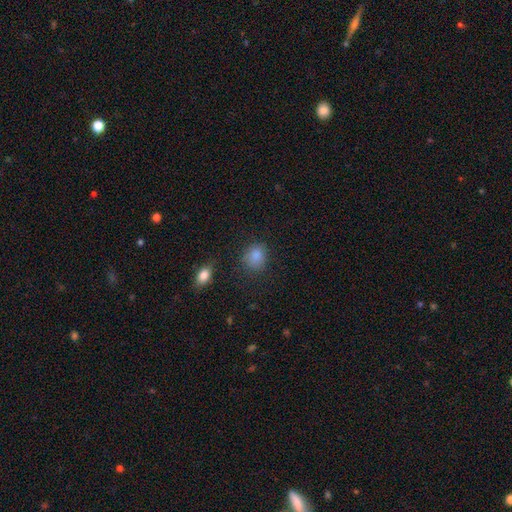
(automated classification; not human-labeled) A smooth galaxy with no disk features (84%) that is round (68%).

Vote fractions:
- Smooth or featured? smooth: 84% / star or artifact: 11% / featured or disk: 5%
- How rounded? round: 68% / in between: 31% / cigar-shaped: 1%
- Merging? none: 80% / minor disturbance: 14% / major disturbance: 4% / merger: 2%